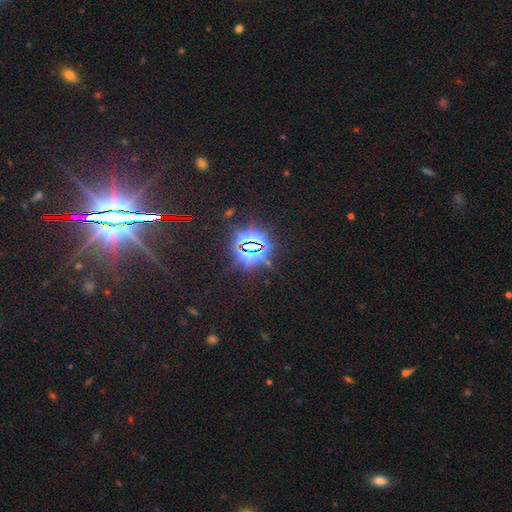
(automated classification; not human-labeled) A star or artifact, not a galaxy (84%).

Vote fractions:
- Smooth or featured? star or artifact: 84% / smooth: 8% / featured or disk: 8%